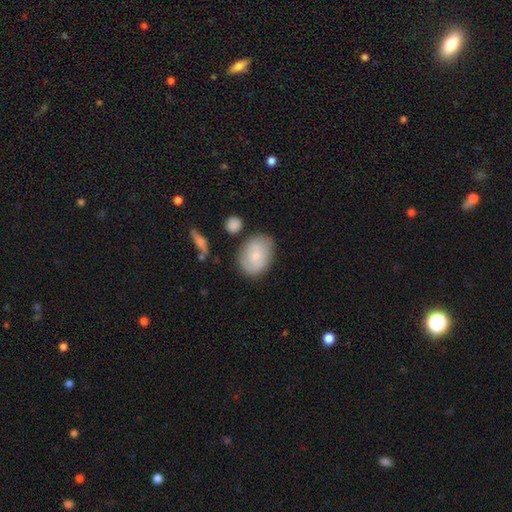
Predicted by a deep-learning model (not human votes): A smooth galaxy with no disk features (70%) that is in between round and cigar-shaped (75%).

Vote fractions:
- Smooth or featured? smooth: 70% / featured or disk: 23% / star or artifact: 7%
- How rounded? in between: 75% / round: 23% / cigar-shaped: 1%
- Merging? none: 71% / minor disturbance: 19% / major disturbance: 5% / merger: 5%